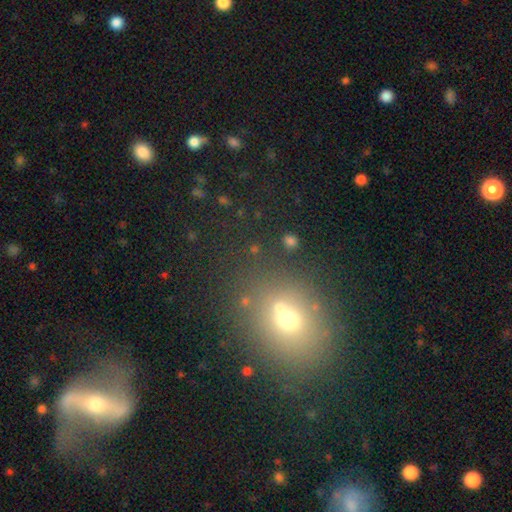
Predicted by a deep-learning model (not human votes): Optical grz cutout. It shows a smooth galaxy with no disk features (52%) that is round (55%). Merging: none (68%).